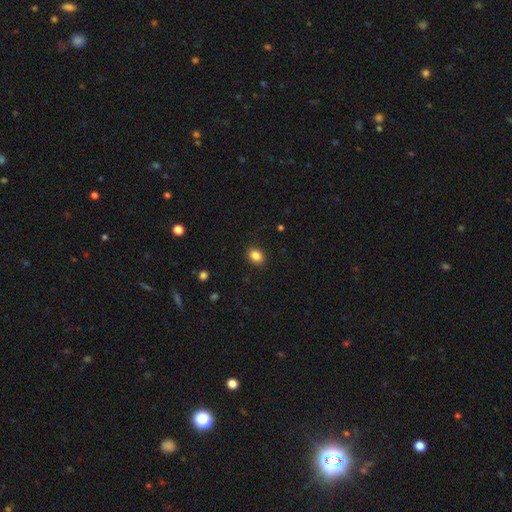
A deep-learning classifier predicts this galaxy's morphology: type=smooth (86%); roundness=in between (63%); merging=none (89%).